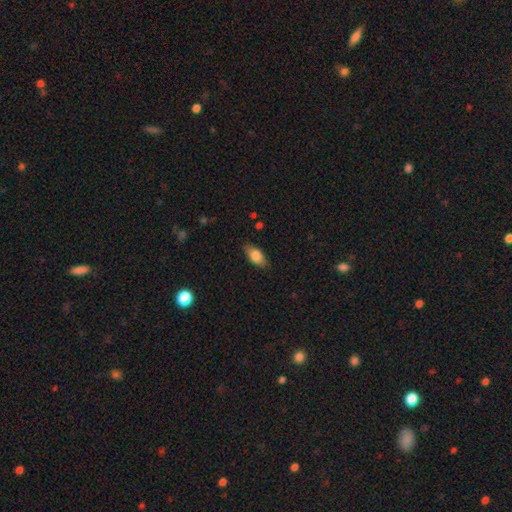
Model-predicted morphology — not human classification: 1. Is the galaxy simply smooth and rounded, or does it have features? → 78% smooth, 15% featured or disk, 7% star or artifact.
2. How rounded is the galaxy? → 87% in between, 9% cigar-shaped, 4% round.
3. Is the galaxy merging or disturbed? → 83% none, 13% minor disturbance, 3% major disturbance, 1% merger.